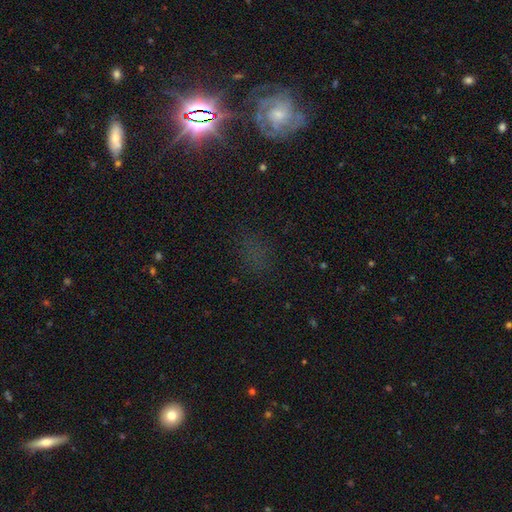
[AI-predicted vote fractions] This appears to be a star or artifact, not a galaxy (56%).